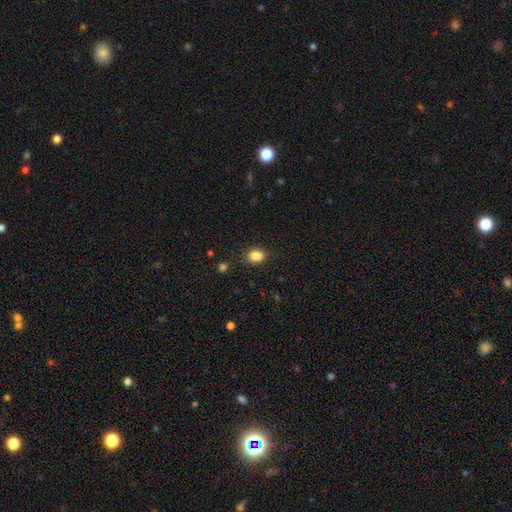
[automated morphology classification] smooth-or-featured: smooth: 82% | star or artifact: 12% | featured or disk: 7%
  how-rounded: in between: 60% | round: 39% | cigar-shaped: 1%
  merging: none: 61% | minor disturbance: 18% | merger: 16% | major disturbance: 5%